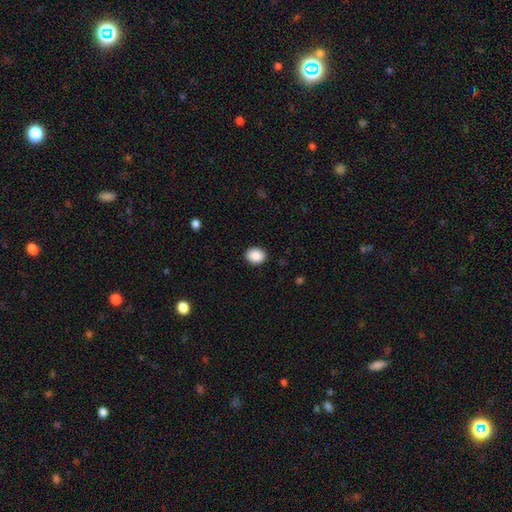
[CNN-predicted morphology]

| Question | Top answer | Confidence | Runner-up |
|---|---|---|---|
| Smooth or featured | smooth | 90% | star or artifact (8%) |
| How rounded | in between | 52% | round (47%) |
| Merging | none | 90% | minor disturbance (7%) |